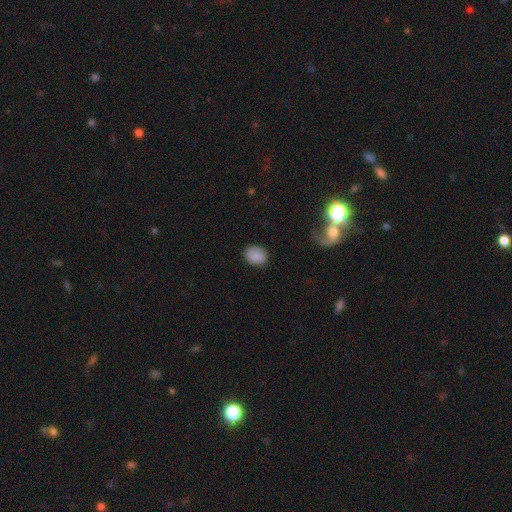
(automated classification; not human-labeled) The model was most divided on "how rounded": in between: 54%, round: 45%, cigar-shaped: 1%. More confident: smooth or featured — smooth (85%); merging — none (82%).